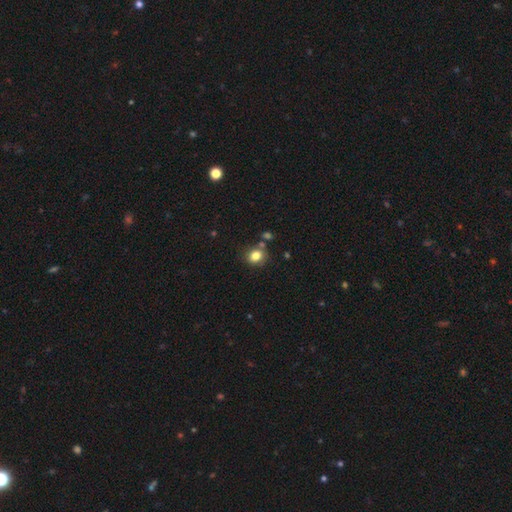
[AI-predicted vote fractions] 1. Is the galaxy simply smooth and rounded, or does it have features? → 82% smooth, 11% star or artifact, 7% featured or disk.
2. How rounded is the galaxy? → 64% round, 35% in between, 1% cigar-shaped.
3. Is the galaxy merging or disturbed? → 72% none, 13% minor disturbance, 11% merger, 4% major disturbance.